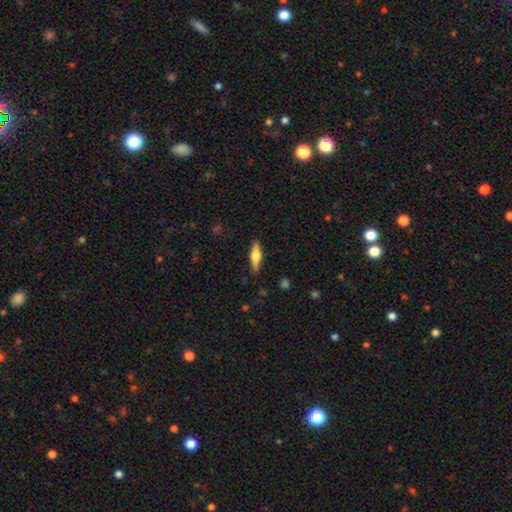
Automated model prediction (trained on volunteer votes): Smooth or featured?
  - featured or disk: 47% * (tied)
  - smooth: 47% * (tied)
  - star or artifact: 6%
Merging?
  - none: 87% *
  - minor disturbance: 10%
  - major disturbance: 2%
  - merger: 1%